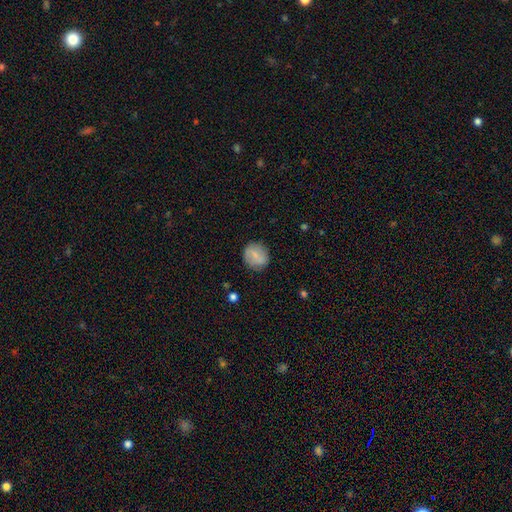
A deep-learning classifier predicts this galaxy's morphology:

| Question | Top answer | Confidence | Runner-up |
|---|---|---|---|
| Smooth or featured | smooth | 65% | featured or disk (28%) |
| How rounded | round | 80% | in between (19%) |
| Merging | none | 83% | minor disturbance (12%) |